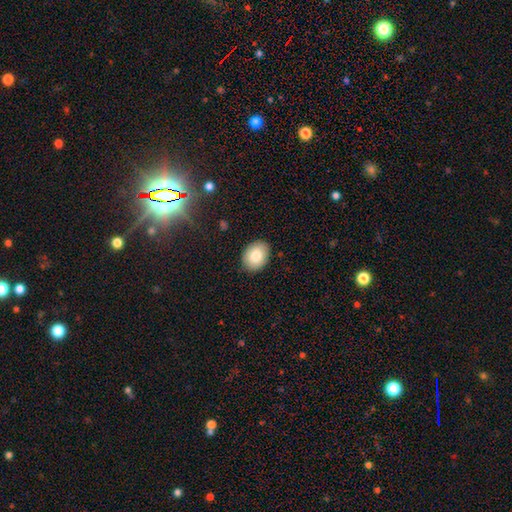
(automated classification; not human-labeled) Overall: smooth (82%). How rounded: in between (69%; round 30%). Merging: none (88%).